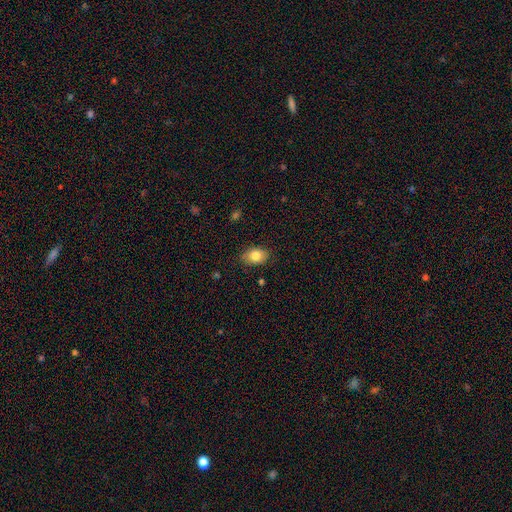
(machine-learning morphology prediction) This is clearly a smooth galaxy (82%). How rounded: clearly in between (82%). Merging: clearly none (84%).